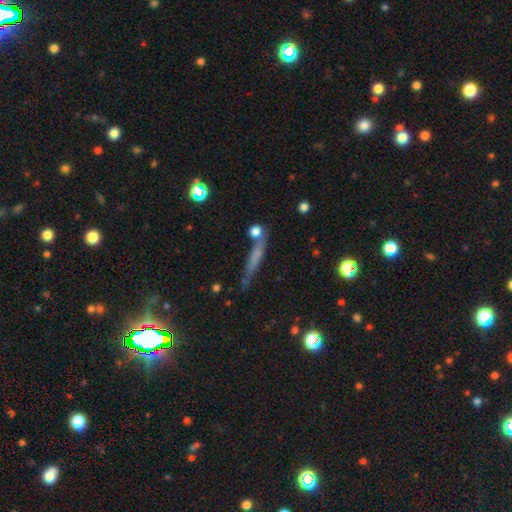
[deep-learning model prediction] Smooth or featured?
  - smooth: 53% *
  - featured or disk: 35%
  - star or artifact: 12%
How rounded?
  - cigar-shaped: 89% *
  - in between: 7%
  - round: 4%
Merging?
  - none: 70% *
  - minor disturbance: 16%
  - merger: 9%
  - major disturbance: 6%